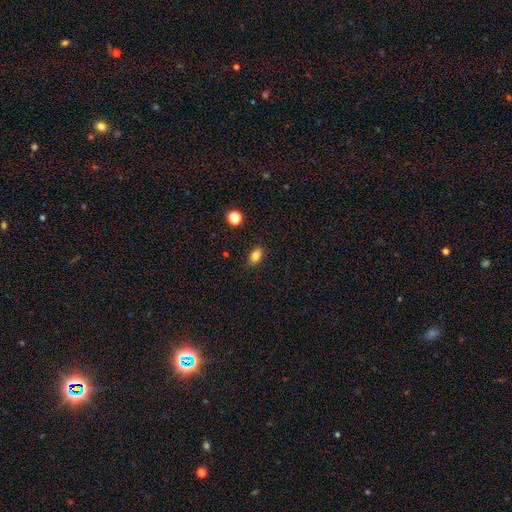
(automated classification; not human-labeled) This appears to be a smooth galaxy with no disk features (82%) that is in between round and cigar-shaped (83%). Merging: none (84%).